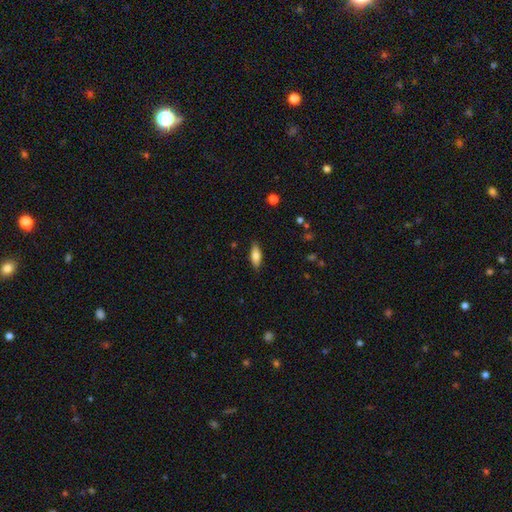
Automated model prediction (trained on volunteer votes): Smooth or featured? smooth (78%)
How rounded? in between (68%)
Merging? none (86%)